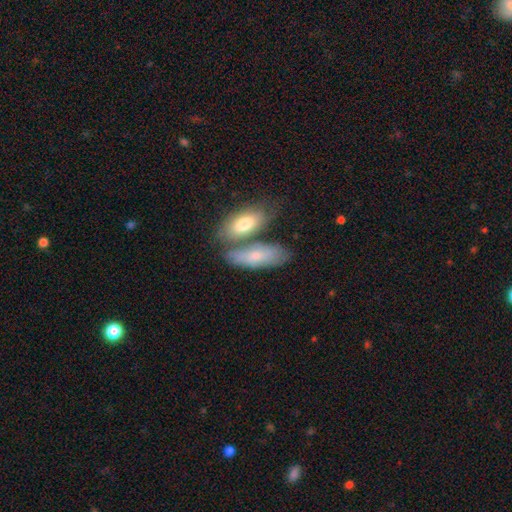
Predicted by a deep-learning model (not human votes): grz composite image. It shows a smooth galaxy with no disk features (68%) that is in between round and cigar-shaped (71%). Merging: none (45%).